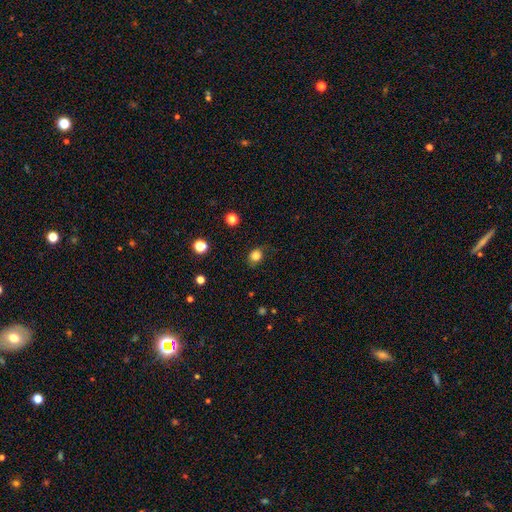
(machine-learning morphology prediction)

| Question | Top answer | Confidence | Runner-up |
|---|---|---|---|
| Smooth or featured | smooth | 82% | star or artifact (12%) |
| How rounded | round | 68% | in between (31%) |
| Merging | none | 79% | minor disturbance (16%) |